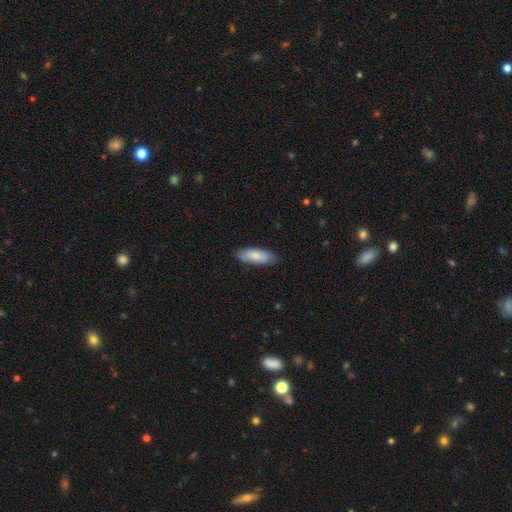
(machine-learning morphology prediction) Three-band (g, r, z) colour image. It shows a smooth galaxy with no disk features (81%) that is in between round and cigar-shaped (70%). Merging: none (84%).